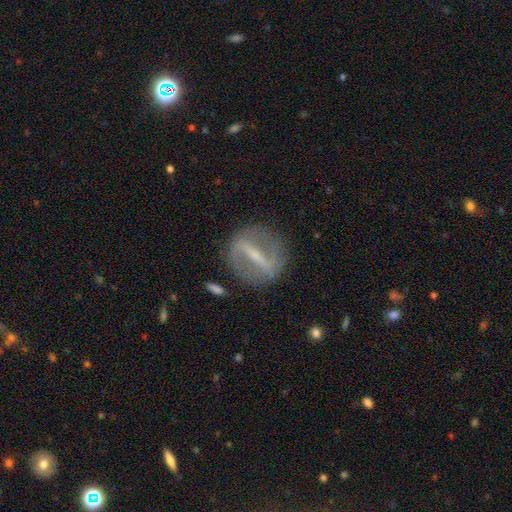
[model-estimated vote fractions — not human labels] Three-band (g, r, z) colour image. It shows a featured or disk galaxy (77%) with a strong bar (81%), no spiral arms (56%) and a small central bulge (53%). Merging: none (83%).